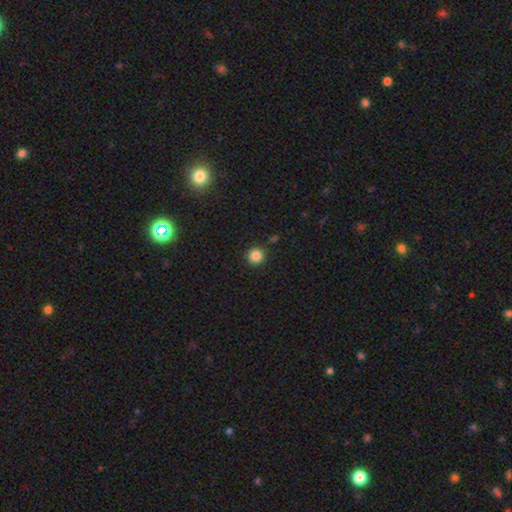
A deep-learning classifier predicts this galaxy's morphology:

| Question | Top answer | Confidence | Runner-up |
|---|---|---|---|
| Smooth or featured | smooth | 85% | star or artifact (11%) |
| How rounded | round | 95% | in between (4%) |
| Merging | none | 91% | minor disturbance (5%) |